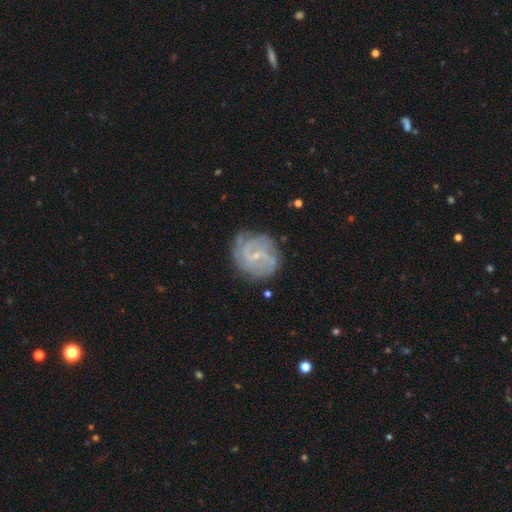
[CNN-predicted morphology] type=featured or disk (82%); edge-on=no (98%); bar=weak (53%); spiral arms=yes (92%); winding=tight (45%); arm count=can't tell (31%); bulge=small (79%); merging=none (73%).